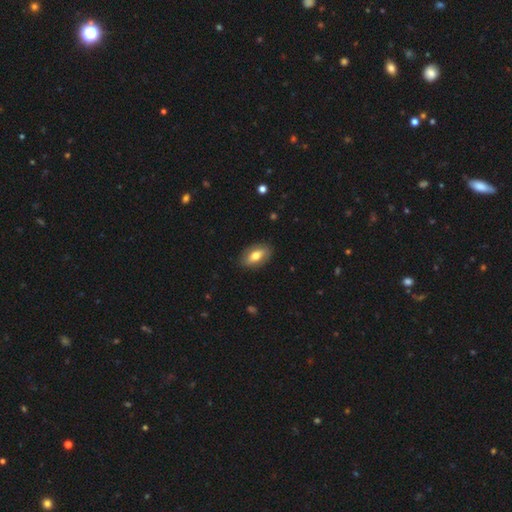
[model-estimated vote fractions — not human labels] The model was most divided on "smooth or featured": smooth: 67%, featured or disk: 27%, star or artifact: 6%. More confident: how rounded — in between (89%); merging — none (87%).